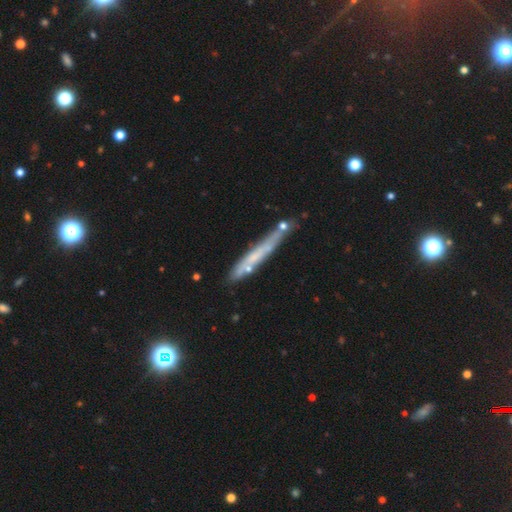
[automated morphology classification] This appears to be a featured or disk galaxy (47%). Merging: none (68%).